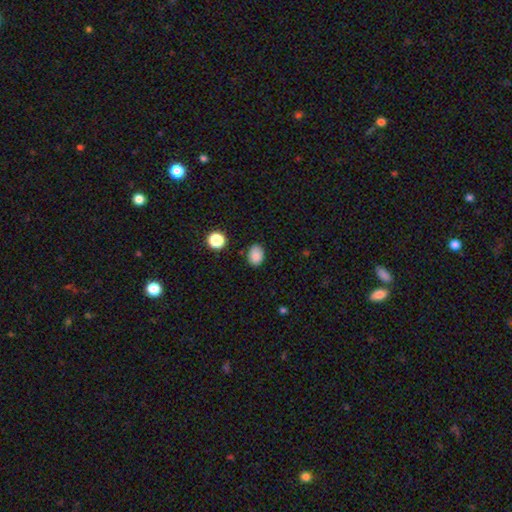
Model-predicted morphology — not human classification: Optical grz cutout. It shows a smooth galaxy with no disk features (85%) that is in between round and cigar-shaped (68%). Merging: none (80%).